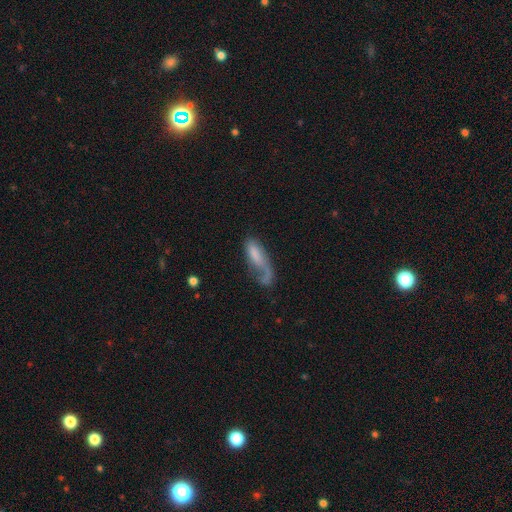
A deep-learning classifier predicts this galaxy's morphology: A smooth galaxy with no disk features (55%) that is in between round and cigar-shaped (64%). Merging: major disturbance (39%).